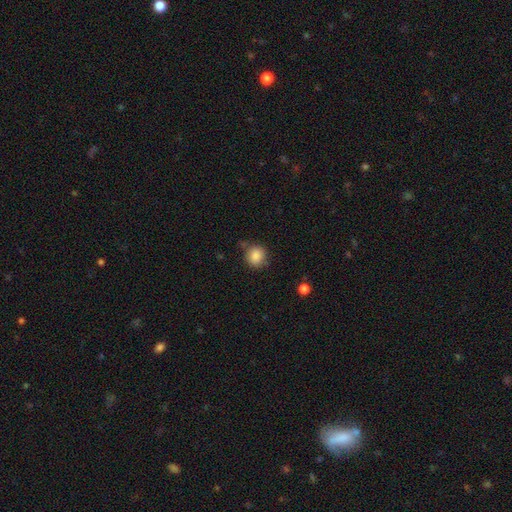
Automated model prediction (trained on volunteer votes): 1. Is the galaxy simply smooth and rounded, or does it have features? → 87% smooth, 9% star or artifact, 4% featured or disk.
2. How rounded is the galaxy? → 85% round, 14% in between, 1% cigar-shaped.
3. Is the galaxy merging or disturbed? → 76% none, 16% minor disturbance, 4% merger, 4% major disturbance.